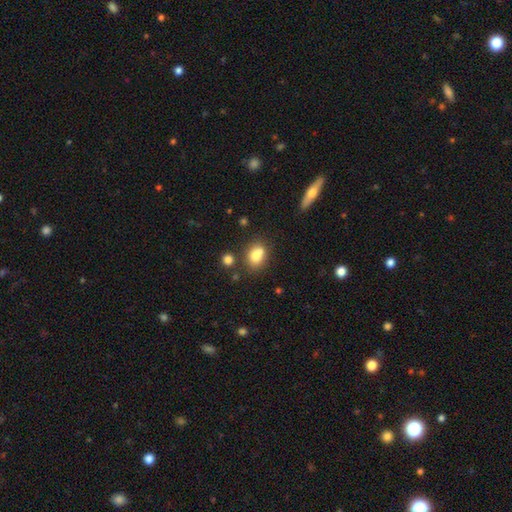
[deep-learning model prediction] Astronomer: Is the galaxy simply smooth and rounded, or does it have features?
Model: smooth — 74%.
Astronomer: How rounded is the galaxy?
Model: in between — 56% (runner-up: round, 43%).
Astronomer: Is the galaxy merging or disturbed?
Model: none — 45% (runner-up: merger, 37%).